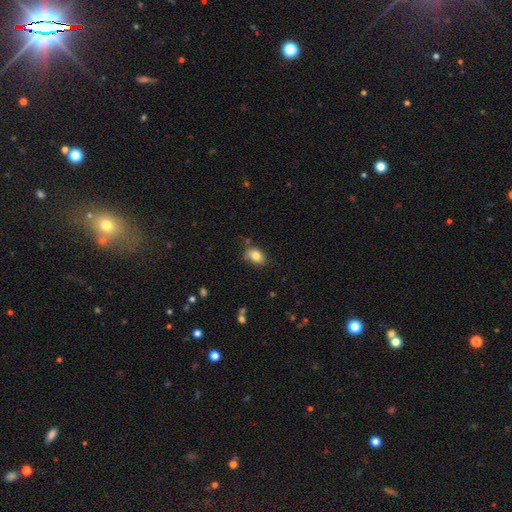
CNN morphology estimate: Smooth or featured? Predicted: smooth (p=0.82). How rounded? Predicted: in between (p=0.81). Merging? Predicted: none (p=0.71).